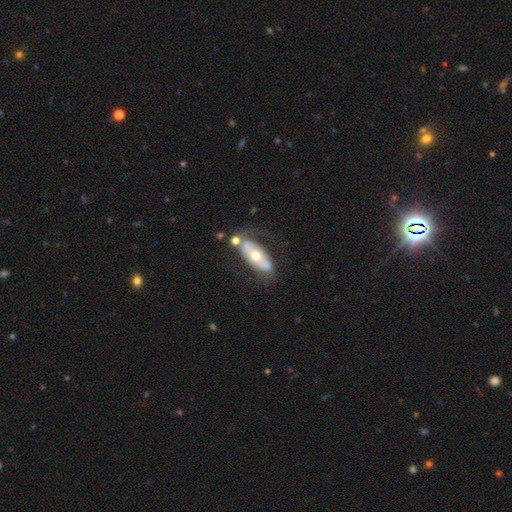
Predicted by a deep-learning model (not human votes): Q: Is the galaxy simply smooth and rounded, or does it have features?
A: featured or disk — 61%.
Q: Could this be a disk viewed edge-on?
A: no — 84%.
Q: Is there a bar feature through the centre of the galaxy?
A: no — 63%.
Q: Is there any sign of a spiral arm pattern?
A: no — 51%.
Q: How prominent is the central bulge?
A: moderate — 71%.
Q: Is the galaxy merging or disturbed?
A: none — 56%.